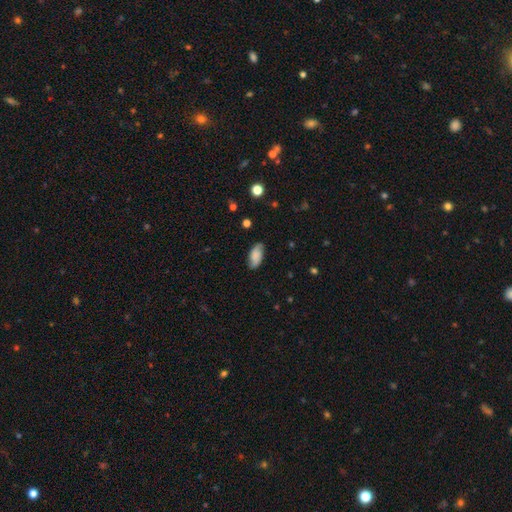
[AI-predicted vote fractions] Morphology: type=smooth (69%); roundness=in between (91%); merging=none (80%).